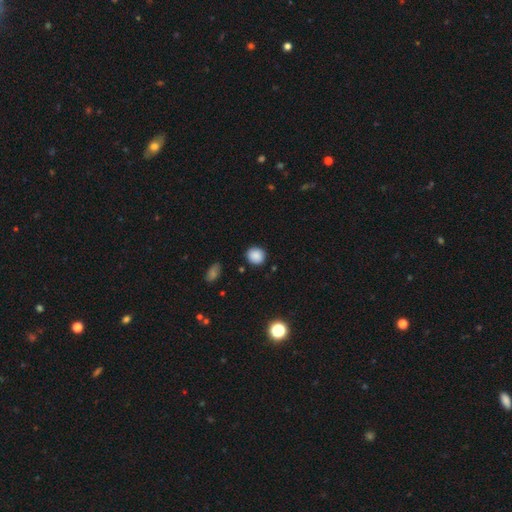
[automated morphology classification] smooth-or-featured: smooth: 87% | star or artifact: 10% | featured or disk: 3%
  how-rounded: round: 85% | in between: 14% | cigar-shaped: 1%
  merging: none: 87% | minor disturbance: 8% | major disturbance: 2% | merger: 2%